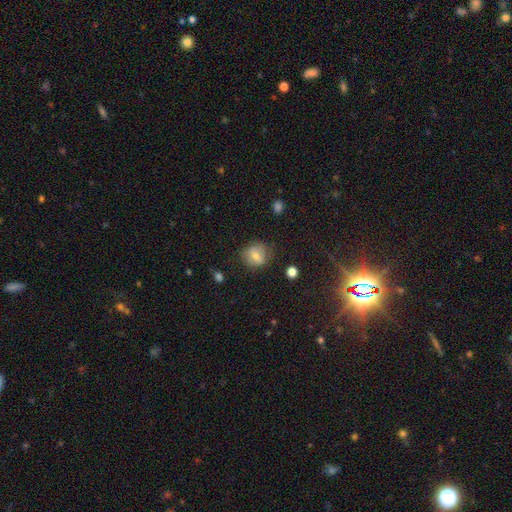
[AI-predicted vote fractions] The model was most divided on "smooth or featured": smooth: 70%, featured or disk: 20%, star or artifact: 10%. More confident: how rounded — round (77%); merging — none (75%).